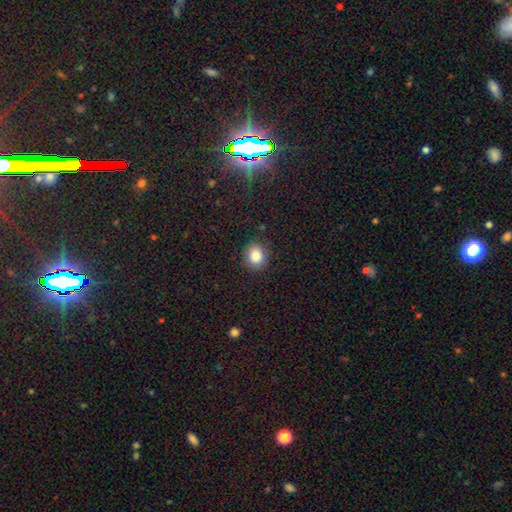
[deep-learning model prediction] A smooth galaxy with no disk features (85%) that is round (75%). Merging: none (86%).